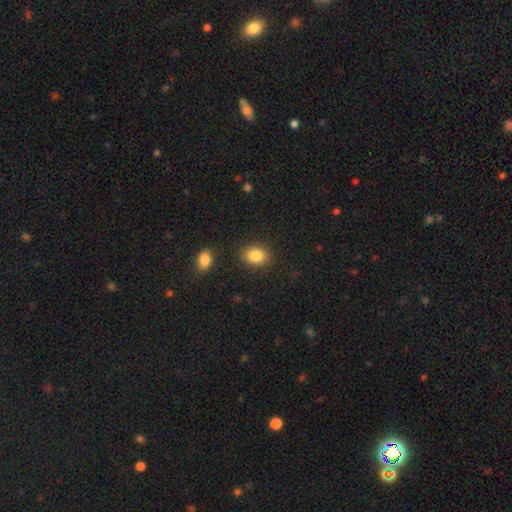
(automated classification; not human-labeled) Morphology: type=smooth (85%); roundness=in between (60%); merging=none (85%).